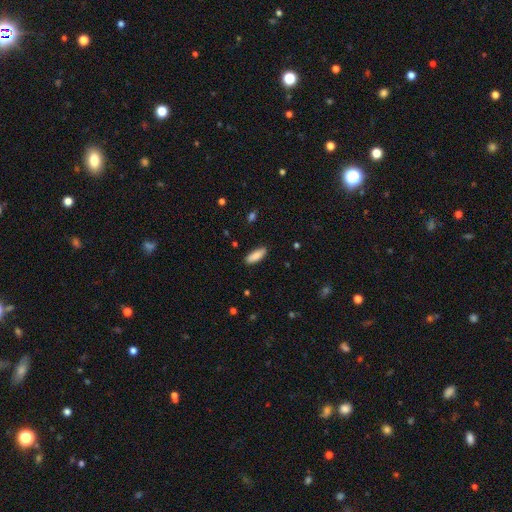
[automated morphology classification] This appears to be a smooth galaxy with no disk features (88%) that is in between round and cigar-shaped (69%). Merging: none (88%).